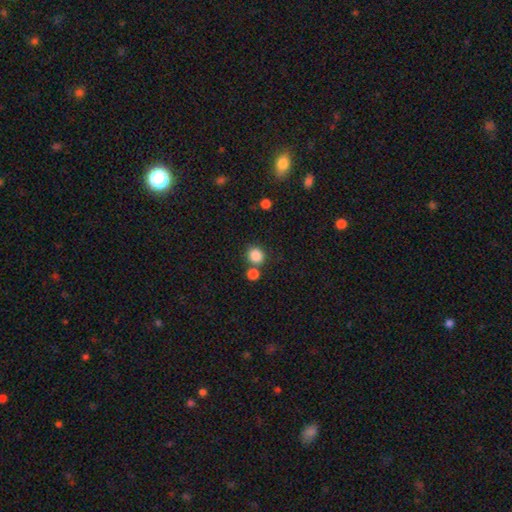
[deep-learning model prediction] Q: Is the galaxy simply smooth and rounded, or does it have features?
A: smooth — 86%.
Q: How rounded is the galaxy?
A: round — 84%.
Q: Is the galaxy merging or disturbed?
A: none — 69%.